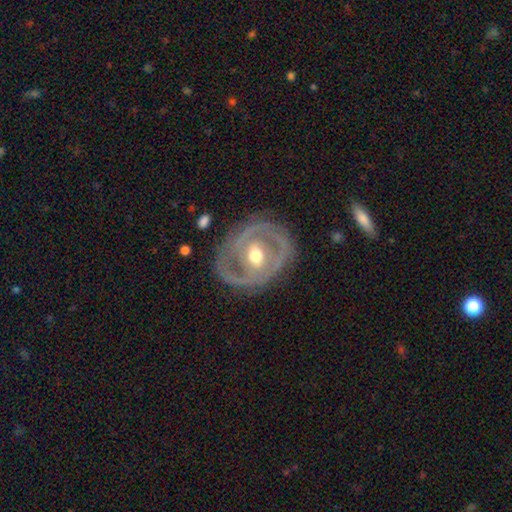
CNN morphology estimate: A featured or disk galaxy (81%) with a weak bar (41%), 2 (64%) tight (53%) spiral arms (68%) and a moderate central bulge (76%).

Vote fractions:
- Smooth or featured? featured or disk: 81% / smooth: 14% / star or artifact: 5%
- Edge-on disk? no: 96% / yes: 4%
- Bar? weak: 41% / no: 36% / strong: 23%
- Spiral arms? yes: 68% / no: 32%
- Spiral winding? tight: 53% / medium: 34% / loose: 13%
- Spiral arm count? 2: 64% / can't tell: 19% / 3: 6% / 1: 6% / 4: 2% / more than 4: 2%
- Bulge size? moderate: 76% / small: 15% / large: 6% / dominant: 1% / none: 1%
- Merging? none: 77% / minor disturbance: 15% / major disturbance: 7% / merger: 2%